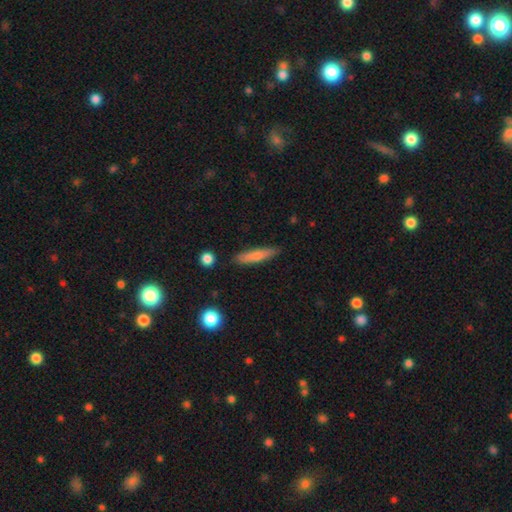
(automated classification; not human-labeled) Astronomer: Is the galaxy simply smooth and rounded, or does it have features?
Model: smooth — 72%.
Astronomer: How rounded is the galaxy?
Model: cigar-shaped — 82%.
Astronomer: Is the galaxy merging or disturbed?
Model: none — 84%.